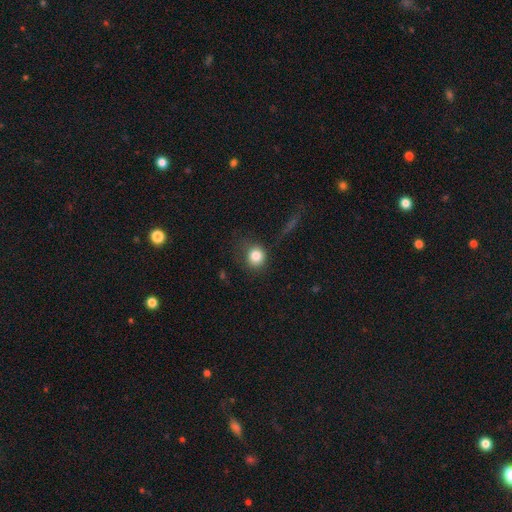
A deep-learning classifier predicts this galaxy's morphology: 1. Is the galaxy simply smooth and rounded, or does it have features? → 82% smooth, 11% star or artifact, 7% featured or disk.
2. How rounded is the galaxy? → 87% round, 12% in between, 1% cigar-shaped.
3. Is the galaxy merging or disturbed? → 71% none, 16% minor disturbance, 10% major disturbance, 2% merger.